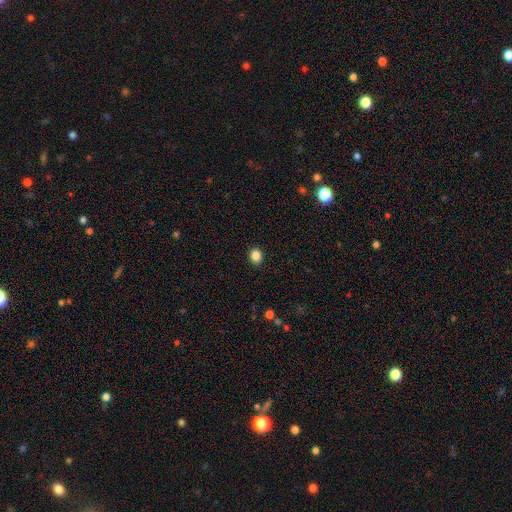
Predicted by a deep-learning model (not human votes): A smooth galaxy with no disk features (86%) that is round (56%).

Vote fractions:
- Smooth or featured? smooth: 86% / star or artifact: 10% / featured or disk: 4%
- How rounded? round: 56% / in between: 43% / cigar-shaped: 1%
- Merging? none: 91% / minor disturbance: 6% / major disturbance: 2% / merger: 1%